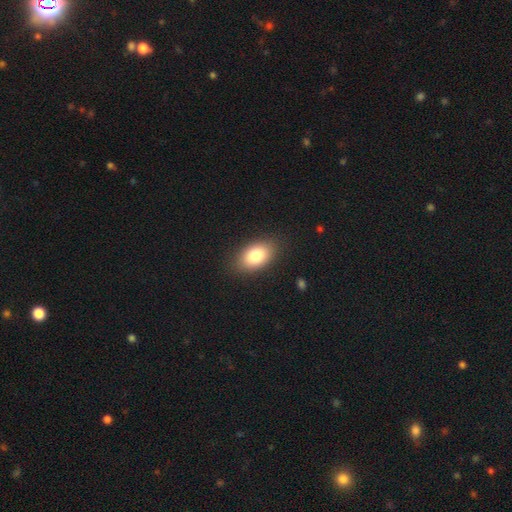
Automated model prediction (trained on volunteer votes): Overall: smooth (82%). How rounded: in between (90%). Merging: none (87%).